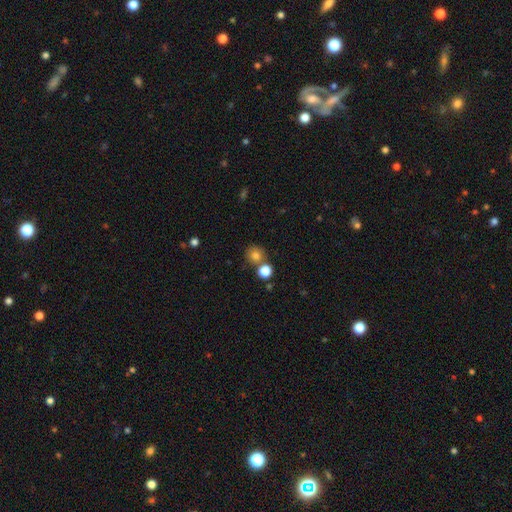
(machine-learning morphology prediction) Smooth or featured? Predicted: smooth (p=0.80). How rounded? Predicted: round (p=0.89). Merging? Predicted: none (p=0.67).